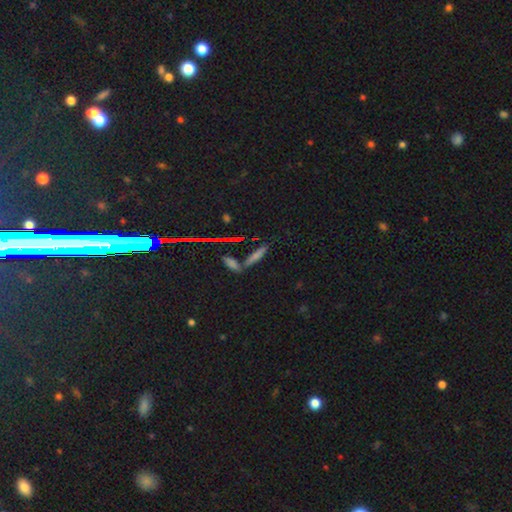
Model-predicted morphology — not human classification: Smooth or featured: smooth — 54% (star or artifact — 24%)
How rounded: cigar-shaped — 73% (in between — 22%)
Merging: none — 59% (merger — 26%)